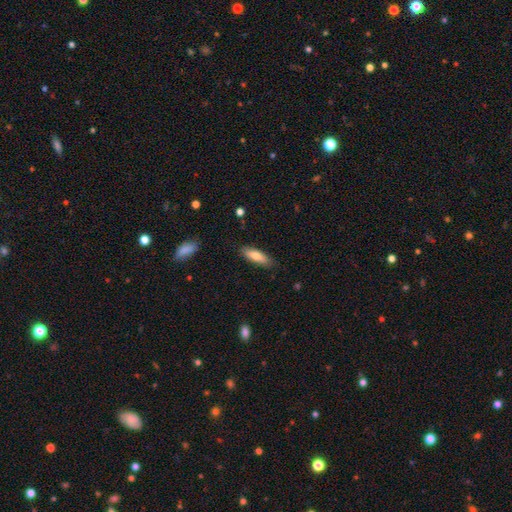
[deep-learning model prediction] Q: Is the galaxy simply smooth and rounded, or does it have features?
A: smooth — 77%.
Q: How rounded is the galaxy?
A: cigar-shaped — 50%.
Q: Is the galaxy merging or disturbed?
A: none — 84%.